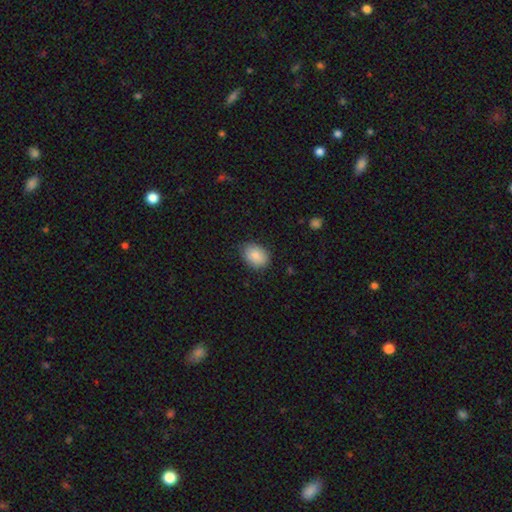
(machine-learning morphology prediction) Overall: smooth (86%). How rounded: in between (65%; round 34%). Merging: none (83%).